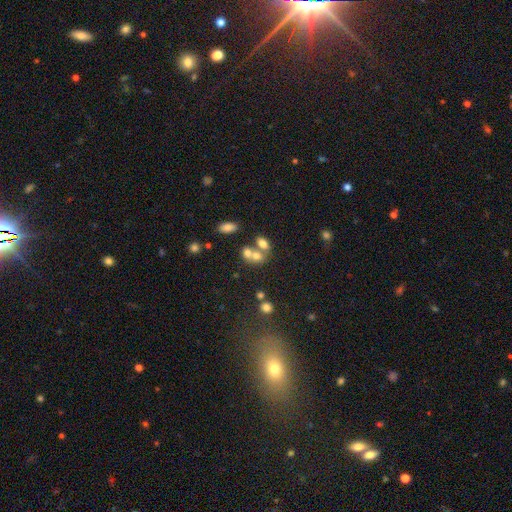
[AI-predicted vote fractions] A smooth galaxy with no disk features (66%) that is in between round and cigar-shaped (57%). Merging: merger (58%).